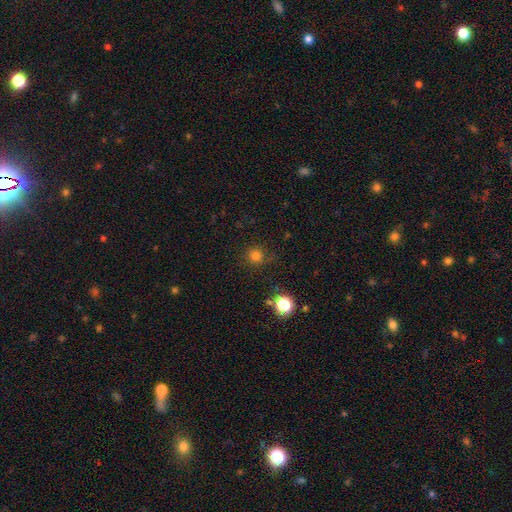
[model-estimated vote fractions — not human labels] Q: Smooth or featured?
A: smooth (76%); runner-up: star or artifact (19%)
Q: How rounded?
A: round (93%); runner-up: in between (6%)
Q: Merging?
A: none (82%); runner-up: minor disturbance (12%)